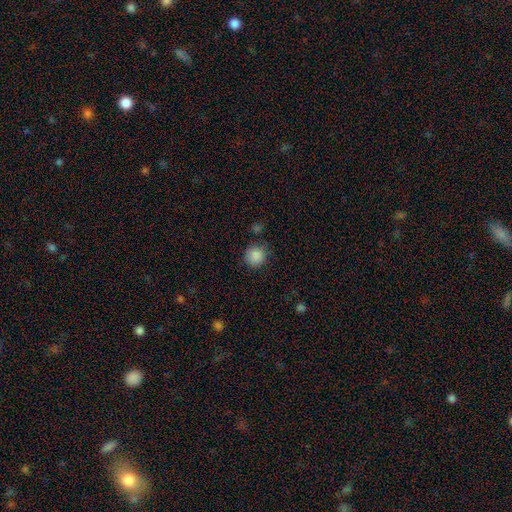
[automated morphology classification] A smooth galaxy with no disk features (87%) that is round (90%).

Vote fractions:
- Smooth or featured? smooth: 87% / star or artifact: 10% / featured or disk: 3%
- How rounded? round: 90% / in between: 9% / cigar-shaped: 1%
- Merging? none: 81% / minor disturbance: 13% / major disturbance: 4% / merger: 3%